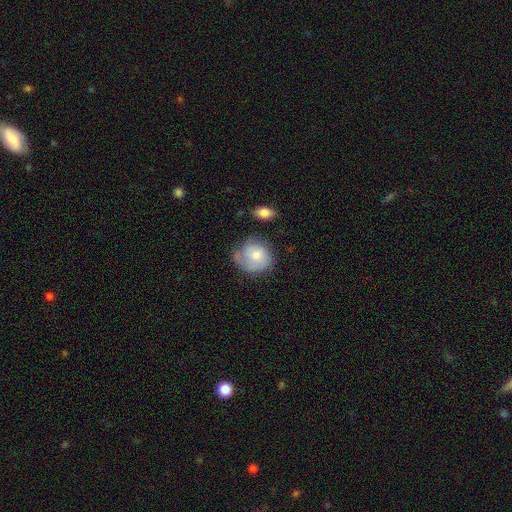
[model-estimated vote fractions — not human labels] Morphology: type=smooth (49%); merging=none (51%).